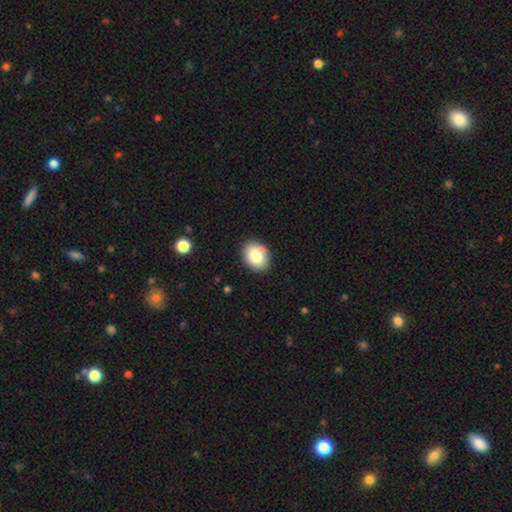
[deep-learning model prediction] Smooth or featured? smooth (80%)
How rounded? in between (57%)
Merging? none (78%)